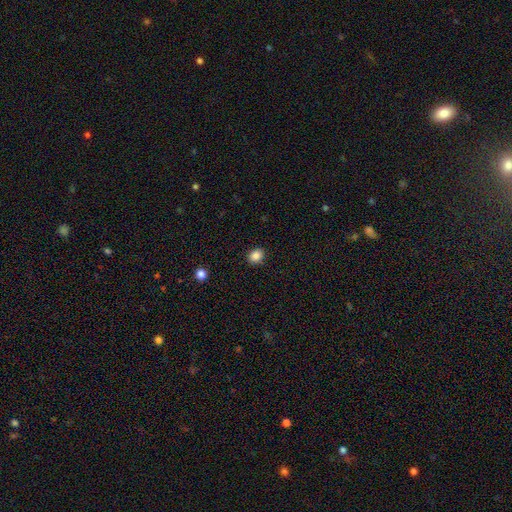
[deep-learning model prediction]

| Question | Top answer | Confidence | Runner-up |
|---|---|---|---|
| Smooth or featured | smooth | 86% | star or artifact (10%) |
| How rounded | round | 55% | in between (44%) |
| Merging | none | 89% | minor disturbance (7%) |